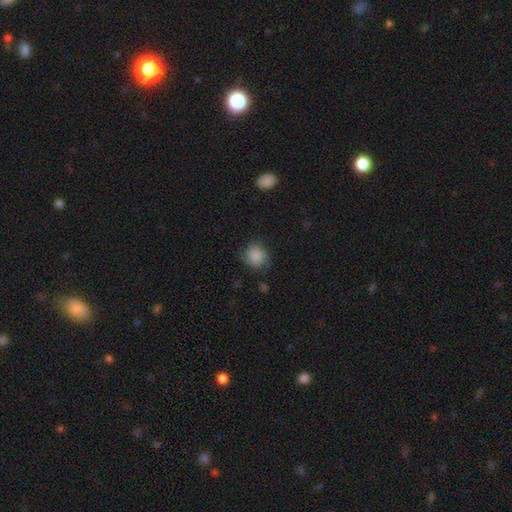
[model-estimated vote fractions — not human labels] A smooth galaxy with no disk features (78%) that is round (80%). Merging: none (65%).